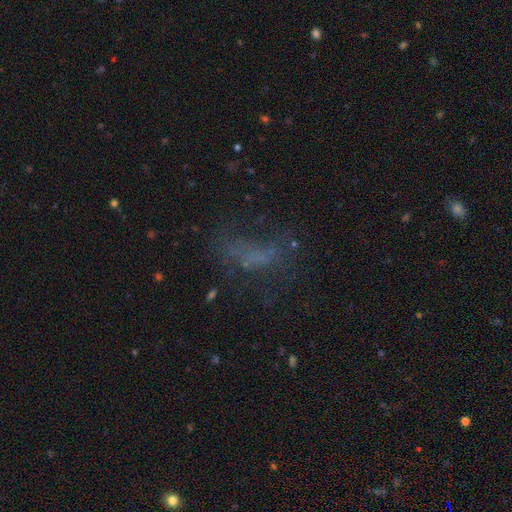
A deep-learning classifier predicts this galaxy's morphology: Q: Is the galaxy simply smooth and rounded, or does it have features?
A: smooth — 39%.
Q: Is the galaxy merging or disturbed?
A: none — 45%.